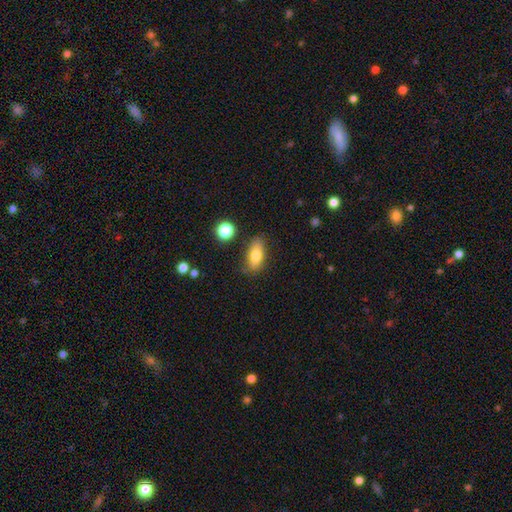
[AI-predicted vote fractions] A smooth galaxy with no disk features (77%) that is in between round and cigar-shaped (82%).

Vote fractions:
- Smooth or featured? smooth: 77% / featured or disk: 15% / star or artifact: 8%
- How rounded? in between: 82% / cigar-shaped: 12% / round: 6%
- Merging? none: 74% / minor disturbance: 18% / major disturbance: 4% / merger: 4%